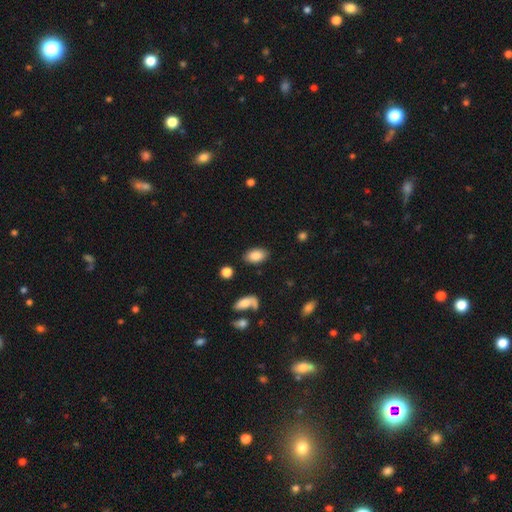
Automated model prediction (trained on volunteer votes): smooth-or-featured: smooth: 85% | star or artifact: 8% | featured or disk: 7%
  how-rounded: in between: 92% | round: 6% | cigar-shaped: 2%
  merging: none: 84% | minor disturbance: 10% | major disturbance: 3% | merger: 3%